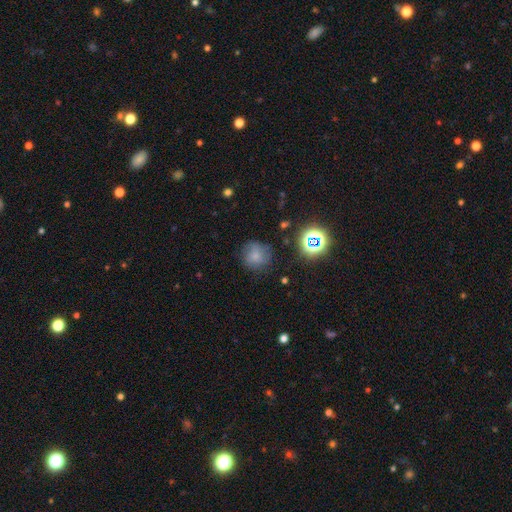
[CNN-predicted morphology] Smooth or featured?
  - smooth: 65% *
  - star or artifact: 18%
  - featured or disk: 17%
How rounded?
  - round: 90% *
  - in between: 9%
  - cigar-shaped: 1%
Merging?
  - none: 72% *
  - minor disturbance: 18%
  - major disturbance: 7%
  - merger: 2%